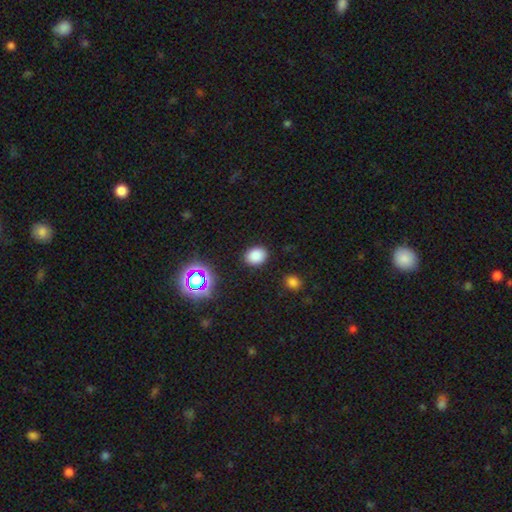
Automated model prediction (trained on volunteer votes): This appears to be a smooth galaxy with no disk features (82%) that is in between round and cigar-shaped (53%). Merging: none (87%).